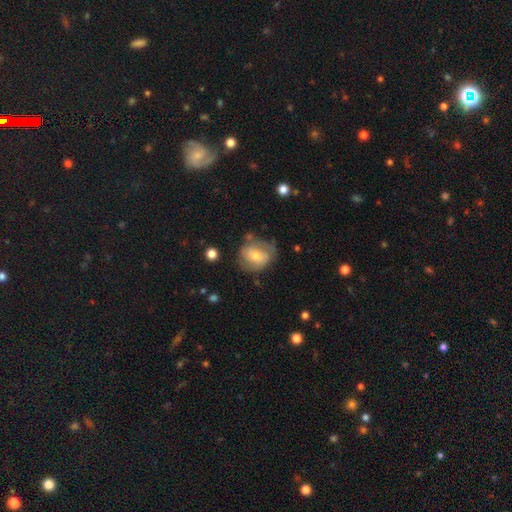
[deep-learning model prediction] A featured or disk galaxy (48%). Merging: none (58%).